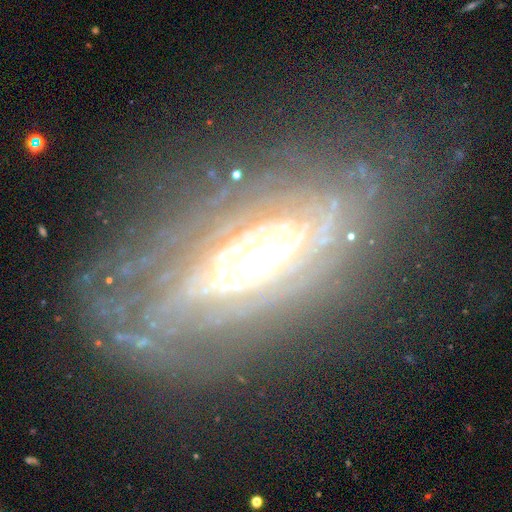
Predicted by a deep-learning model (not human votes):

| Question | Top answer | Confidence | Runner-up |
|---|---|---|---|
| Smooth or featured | featured or disk | 86% | smooth (7%) |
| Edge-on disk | no | 85% | yes (15%) |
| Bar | no | 67% | weak (19%) |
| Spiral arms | yes | 87% | no (13%) |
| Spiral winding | tight | 76% | medium (18%) |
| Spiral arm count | can't tell | 47% | 2 (13%) |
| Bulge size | moderate | 48% | large (35%) |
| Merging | none | 70% | minor disturbance (17%) |